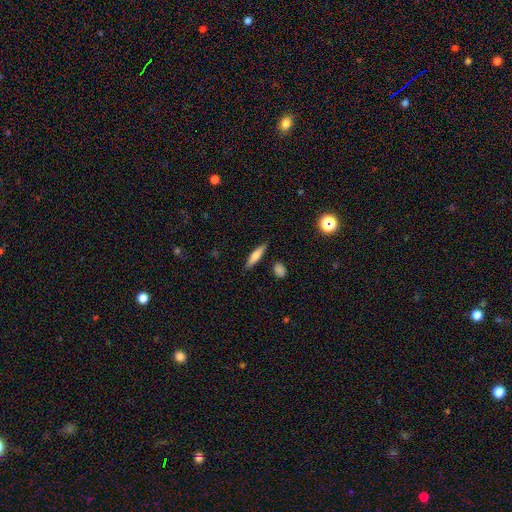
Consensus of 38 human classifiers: Q: Smooth or featured?
A: smooth (79%); runner-up: featured or disk (16%)
Q: How rounded?
A: cigar-shaped (80%); runner-up: in between (20%)
Q: Merging?
A: none (83%); runner-up: minor disturbance (11%)